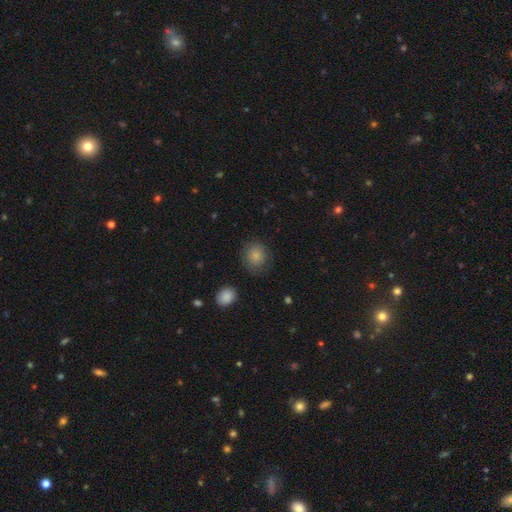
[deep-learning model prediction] Morphology: type=smooth (82%); roundness=round (78%); merging=none (77%).